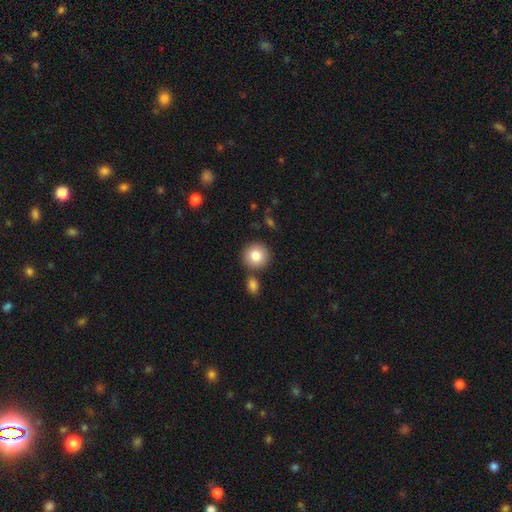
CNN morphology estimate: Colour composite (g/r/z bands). It shows a smooth galaxy with no disk features (83%) that is round (92%). Merging: none (78%).